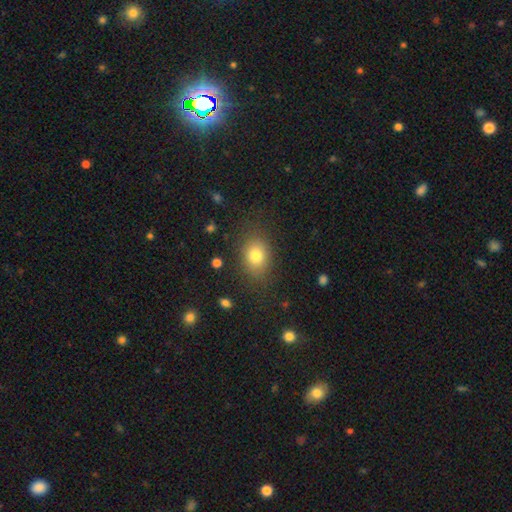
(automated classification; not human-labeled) Morphology: type=smooth (78%); roundness=in between (63%); merging=none (80%).